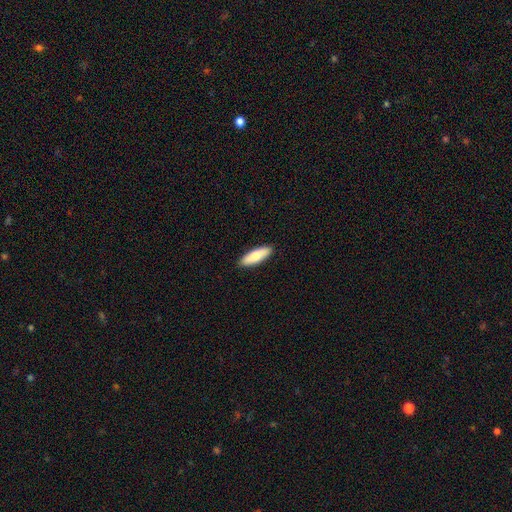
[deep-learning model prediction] A smooth galaxy with no disk features (78%) that is in between round and cigar-shaped (55%).

Vote fractions:
- Smooth or featured? smooth: 78% / featured or disk: 16% / star or artifact: 5%
- How rounded? in between: 55% / cigar-shaped: 43% / round: 2%
- Merging? none: 90% / minor disturbance: 7% / major disturbance: 1% / merger: 1%